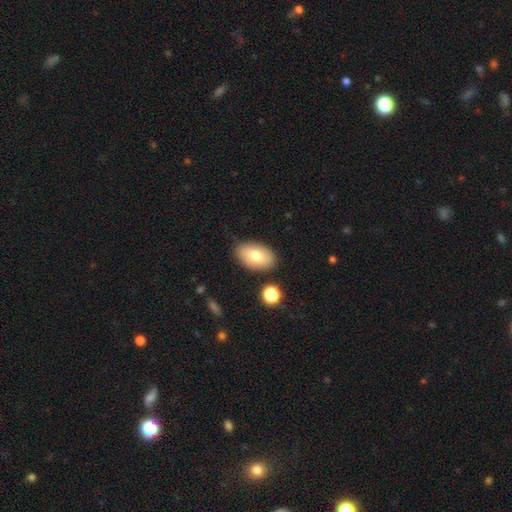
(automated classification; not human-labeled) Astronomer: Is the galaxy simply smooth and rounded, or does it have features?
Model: smooth — 75%.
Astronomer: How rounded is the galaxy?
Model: in between — 92%.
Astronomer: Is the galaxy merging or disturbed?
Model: none — 83%.